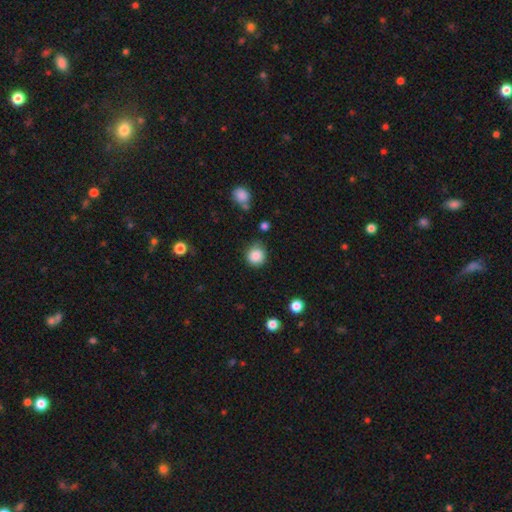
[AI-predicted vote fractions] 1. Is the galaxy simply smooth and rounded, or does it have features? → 86% smooth, 9% star or artifact, 4% featured or disk.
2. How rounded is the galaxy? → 89% round, 10% in between, 1% cigar-shaped.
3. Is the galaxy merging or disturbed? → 79% none, 15% minor disturbance, 3% major disturbance, 3% merger.